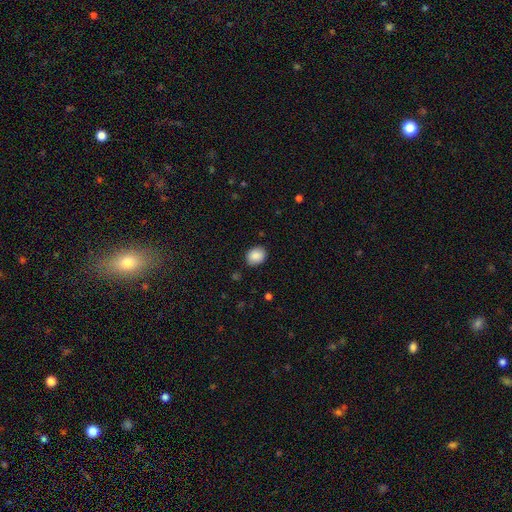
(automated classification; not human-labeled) Smooth or featured? Predicted: smooth (p=0.88). How rounded? Predicted: round (p=0.54). Merging? Predicted: none (p=0.86).